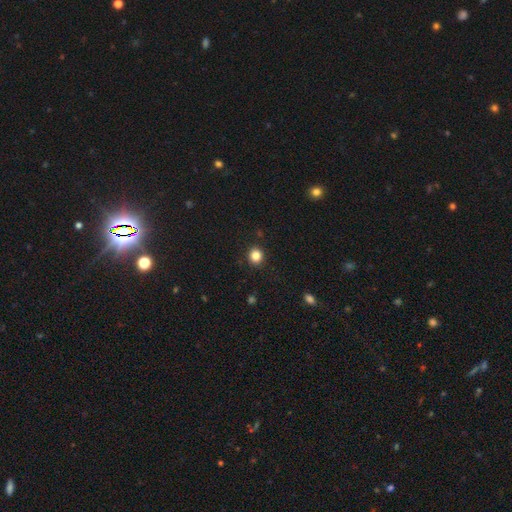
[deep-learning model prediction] This is clearly a smooth galaxy (85%). How rounded: clearly round (87%). Merging: clearly none (91%).